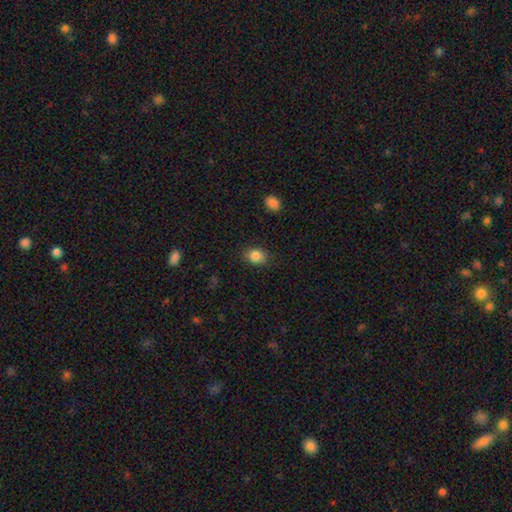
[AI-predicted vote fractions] This is clearly a smooth galaxy (84%). How rounded: possibly in between (54%). Merging: clearly none (84%).